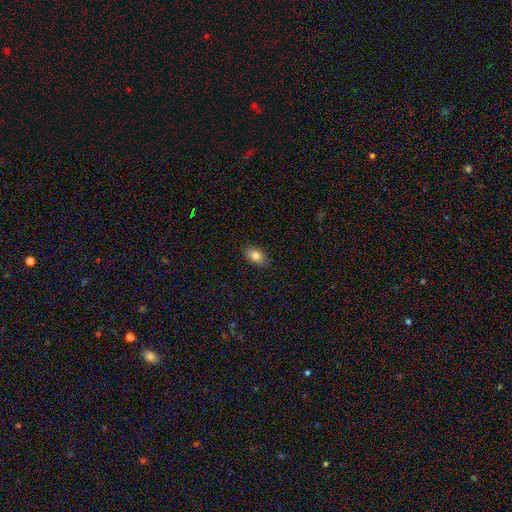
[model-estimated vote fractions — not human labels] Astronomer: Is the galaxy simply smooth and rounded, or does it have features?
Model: smooth — 82%.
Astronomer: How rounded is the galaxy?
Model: in between — 87%.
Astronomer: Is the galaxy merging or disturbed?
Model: none — 87%.